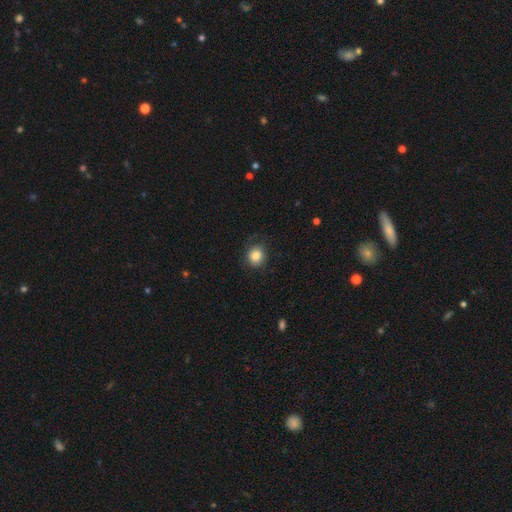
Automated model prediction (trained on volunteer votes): Smooth or featured? smooth (83%)
How rounded? round (79%)
Merging? none (74%)